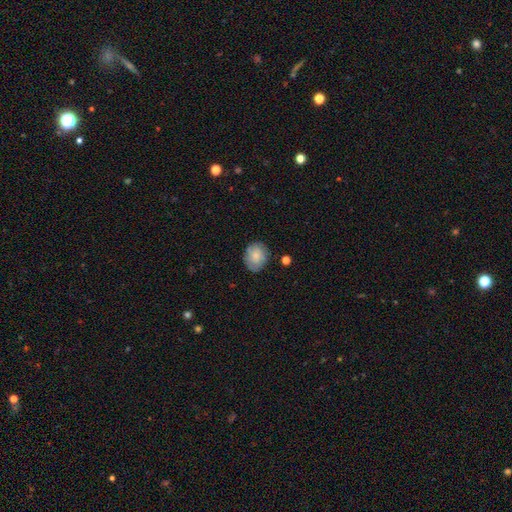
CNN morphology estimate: Overall: smooth (66%). How rounded: round (56%; in between 43%). Merging: none (75%).